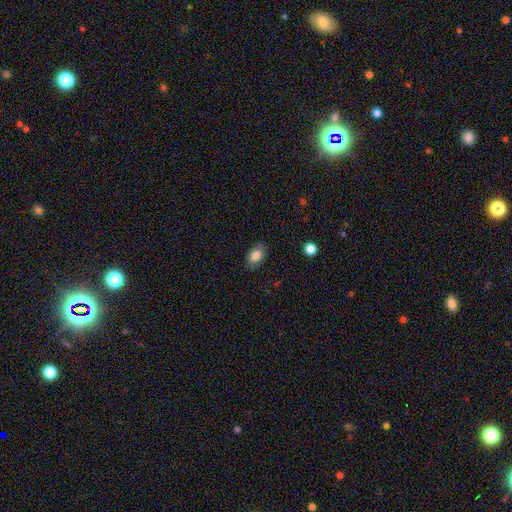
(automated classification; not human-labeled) smooth-or-featured: smooth: 80% | featured or disk: 12% | star or artifact: 8%
  how-rounded: in between: 87% | round: 12% | cigar-shaped: 1%
  merging: none: 83% | minor disturbance: 13% | major disturbance: 3% | merger: 1%